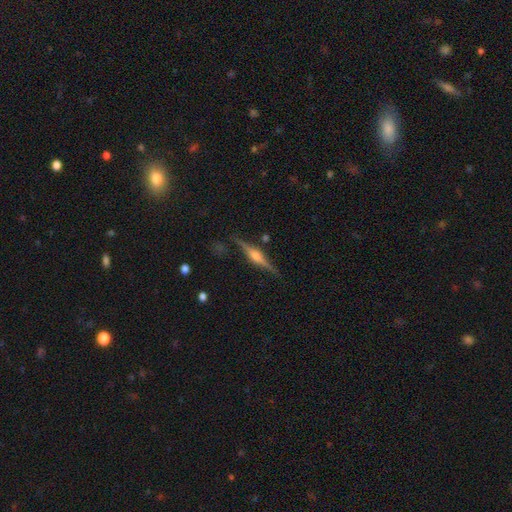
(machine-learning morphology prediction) smooth-or-featured: featured or disk: 85% | smooth: 10% | star or artifact: 6%
  disk-edge-on: yes: 98% | no: 2%
    edge-on-bulge: rounded: 88% | boxy: 9% | none: 3%
  merging: none: 88% | minor disturbance: 8% | major disturbance: 2% | merger: 2%